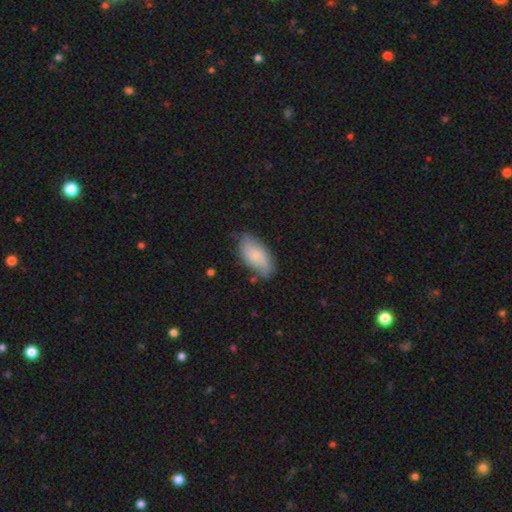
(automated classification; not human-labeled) Smooth or featured? smooth (73%)
How rounded? in between (92%)
Merging? none (69%)